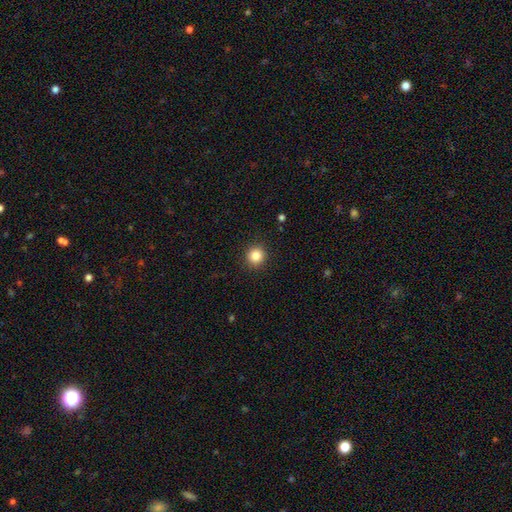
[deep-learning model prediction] A smooth galaxy with no disk features (85%) that is round (92%). Merging: none (92%).